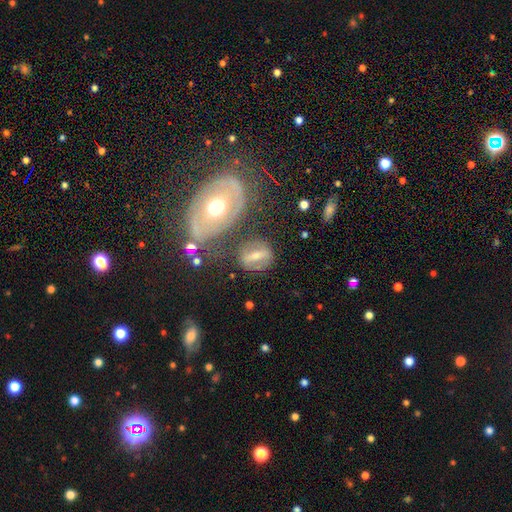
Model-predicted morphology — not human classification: Overall: featured or disk (58%; smooth 35%). Edge-on disk: no (82%). Merging: none (64%).